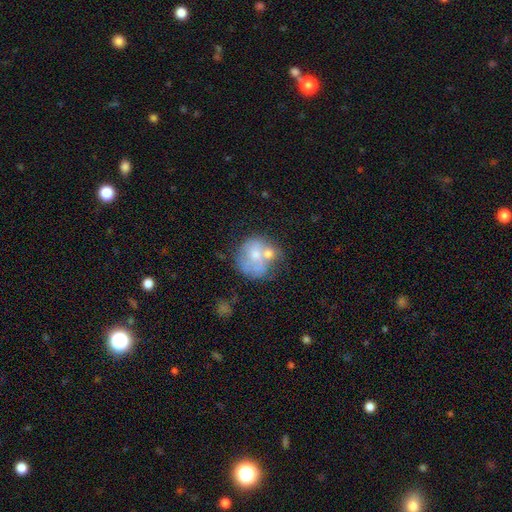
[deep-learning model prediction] A smooth galaxy with no disk features (51%) that is round (76%).

Vote fractions:
- Smooth or featured? smooth: 51% / featured or disk: 41% / star or artifact: 8%
- How rounded? round: 76% / in between: 23% / cigar-shaped: 1%
- Merging? merger: 38% / none: 34% / minor disturbance: 17% / major disturbance: 11%